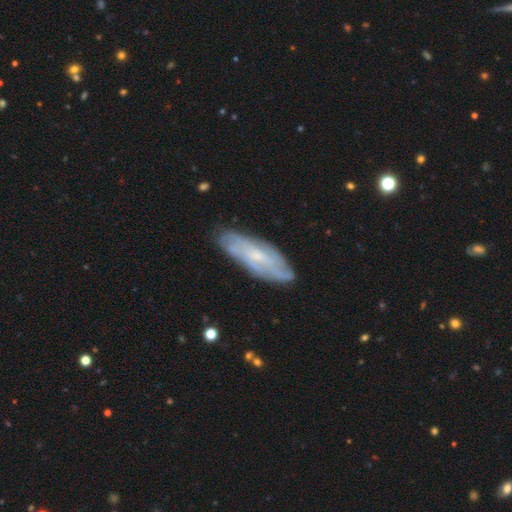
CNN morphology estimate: smooth-or-featured: featured or disk: 61% | smooth: 32% | star or artifact: 7%
  disk-edge-on: no: 77% | yes: 23%
  merging: none: 81% | minor disturbance: 14% | major disturbance: 3% | merger: 1%